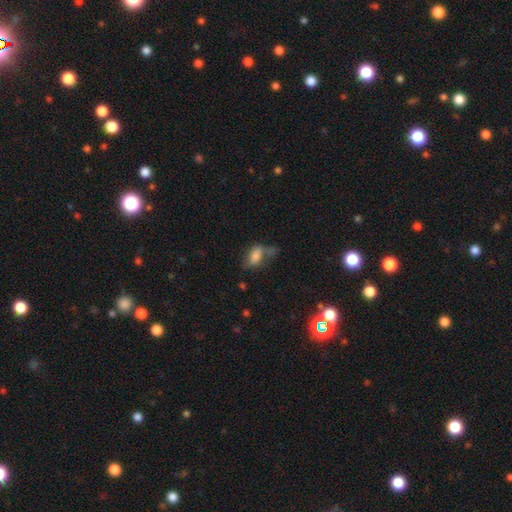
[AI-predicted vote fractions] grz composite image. It shows a smooth galaxy with no disk features (70%) that is in between round and cigar-shaped (89%). Merging: none (33%).